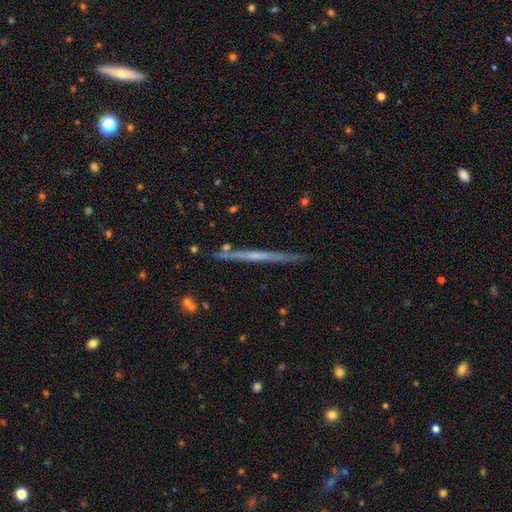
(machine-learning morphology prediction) type=featured or disk (60%); edge-on=yes (97%); edge-on bulge=none (83%); merging=none (87%).